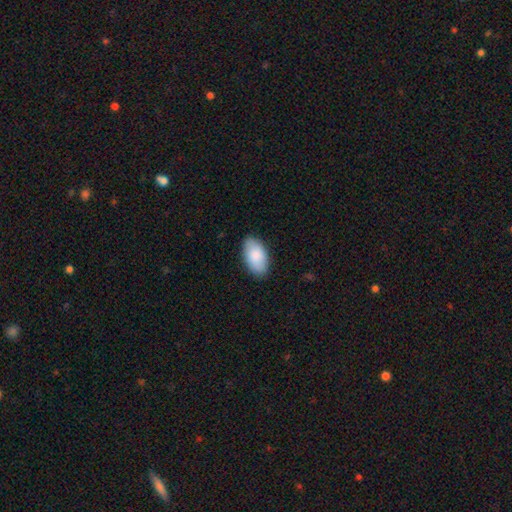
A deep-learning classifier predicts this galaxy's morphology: Smooth or featured? smooth (86%)
How rounded? in between (95%)
Merging? none (86%)